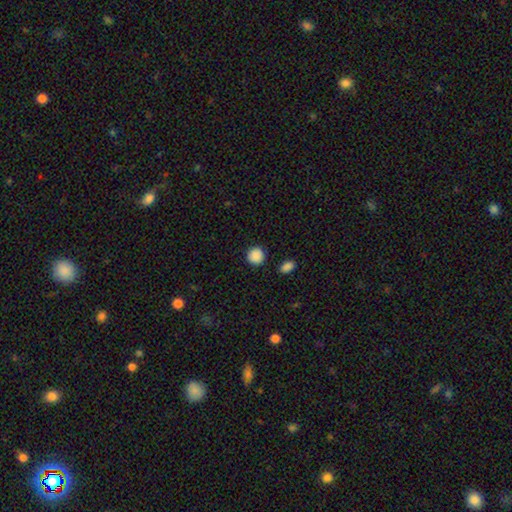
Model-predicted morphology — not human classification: type=smooth (89%); roundness=round (92%); merging=none (89%).